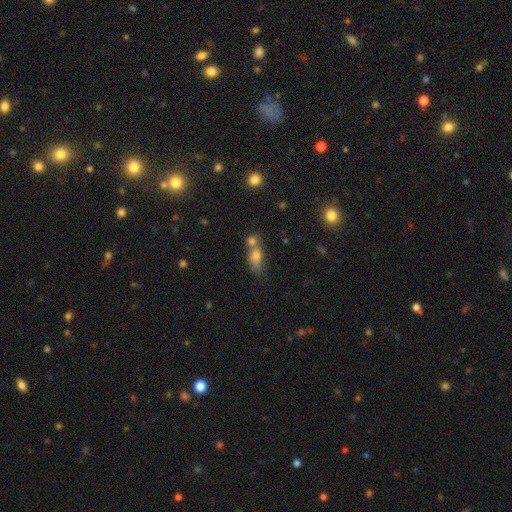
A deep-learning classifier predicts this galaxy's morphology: A smooth galaxy with no disk features (69%) that is in between round and cigar-shaped (68%).

Vote fractions:
- Smooth or featured? smooth: 69% / featured or disk: 17% / star or artifact: 14%
- How rounded? in between: 68% / round: 18% / cigar-shaped: 15%
- Merging? merger: 48% / none: 34% / minor disturbance: 12% / major disturbance: 6%